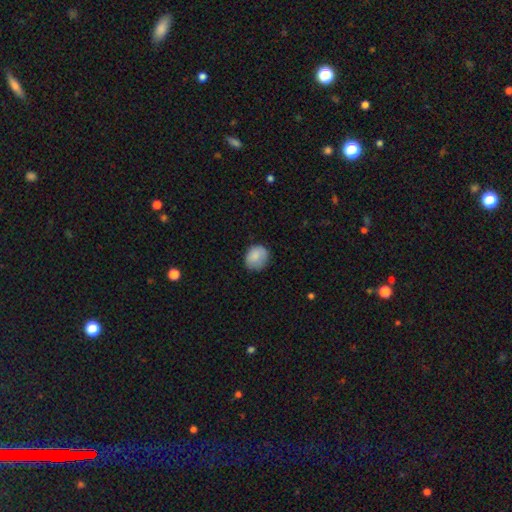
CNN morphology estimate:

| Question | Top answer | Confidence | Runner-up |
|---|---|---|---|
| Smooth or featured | smooth | 84% | featured or disk (8%) |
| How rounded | round | 63% | in between (36%) |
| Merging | none | 72% | minor disturbance (21%) |